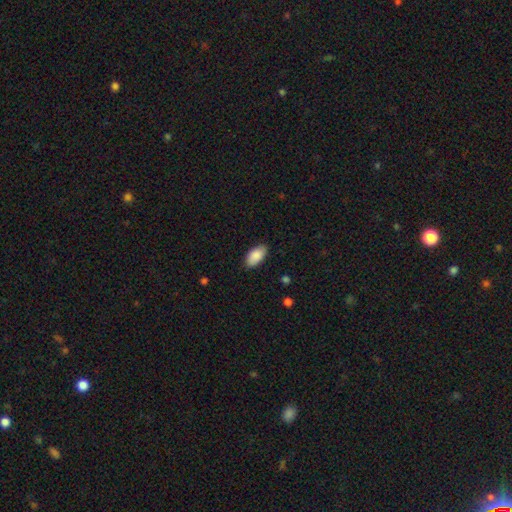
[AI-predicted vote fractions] Smooth or featured? smooth (89%)
How rounded? in between (95%)
Merging? none (85%)